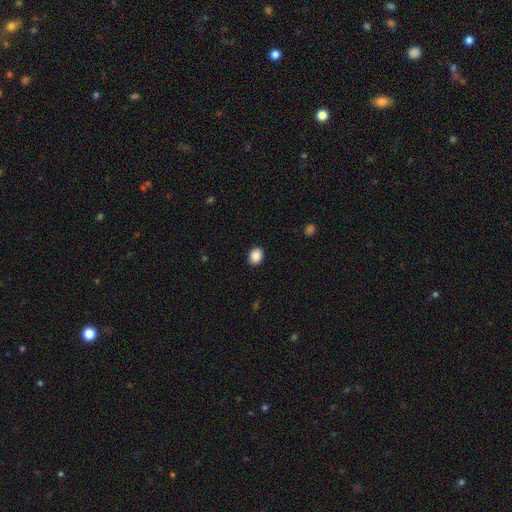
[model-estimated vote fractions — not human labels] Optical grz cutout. It shows a smooth galaxy with no disk features (89%) that is in between round and cigar-shaped (62%). Merging: none (90%).